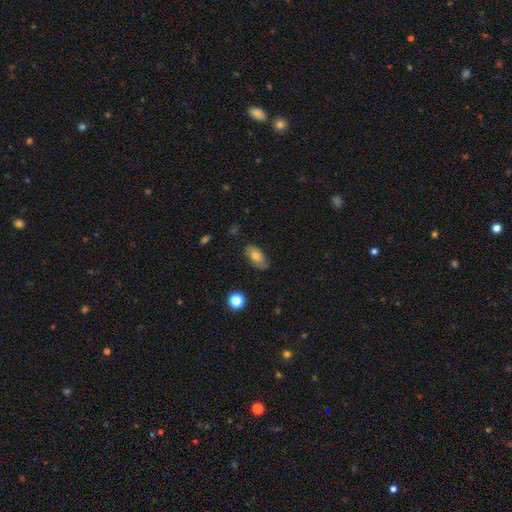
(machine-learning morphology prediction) Q: Smooth or featured?
A: smooth (71%); runner-up: featured or disk (21%)
Q: How rounded?
A: in between (91%); runner-up: round (6%)
Q: Merging?
A: none (74%); runner-up: minor disturbance (20%)